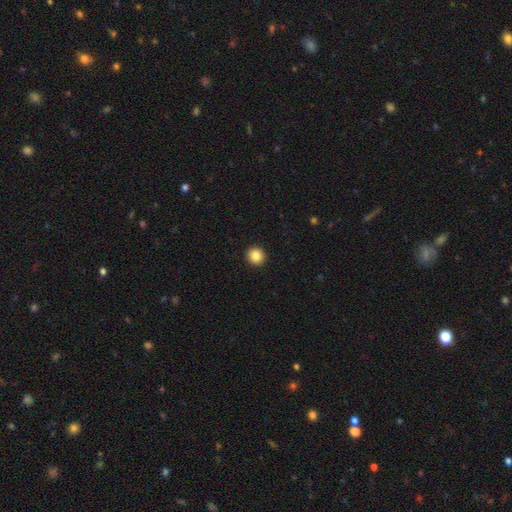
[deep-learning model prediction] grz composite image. It shows a smooth galaxy with no disk features (85%) that is round (94%). Merging: none (94%).